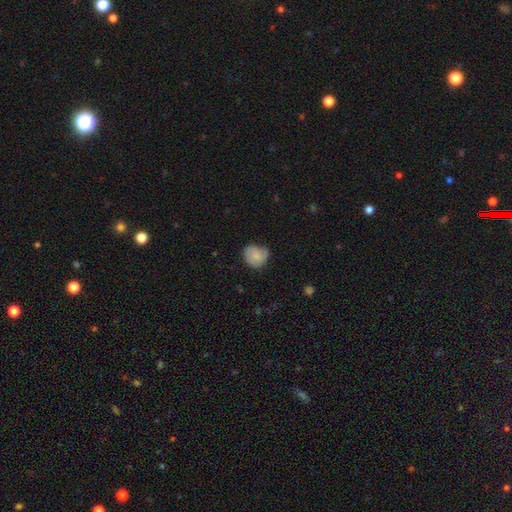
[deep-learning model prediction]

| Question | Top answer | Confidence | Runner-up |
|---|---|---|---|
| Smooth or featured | smooth | 68% | featured or disk (25%) |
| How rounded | round | 74% | in between (25%) |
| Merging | none | 54% | minor disturbance (35%) |